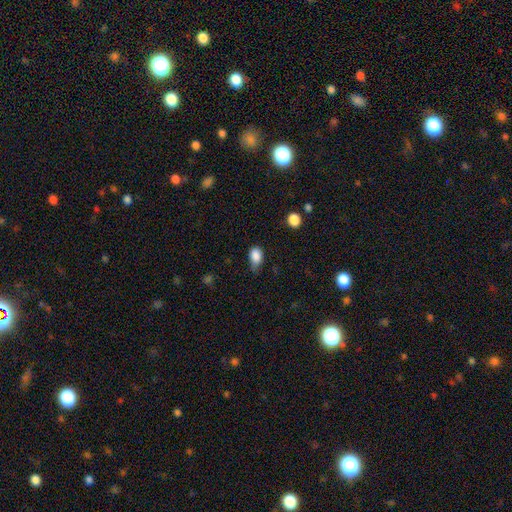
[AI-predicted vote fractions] Morphology: type=smooth (86%); roundness=in between (77%); merging=minor disturbance (44%).